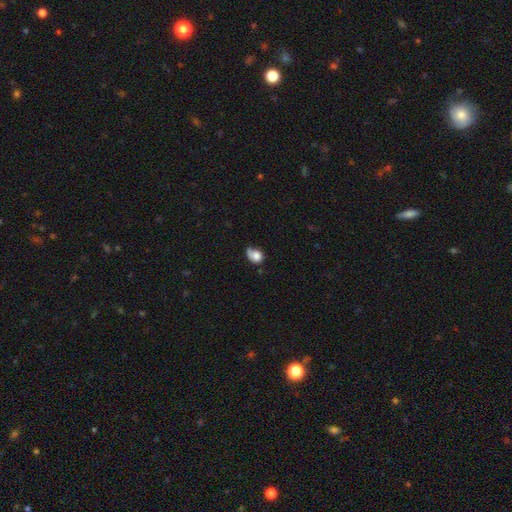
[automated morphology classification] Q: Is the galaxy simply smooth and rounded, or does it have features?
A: smooth — 72%.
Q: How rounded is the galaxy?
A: in between — 52%.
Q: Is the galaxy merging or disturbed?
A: none — 36%.